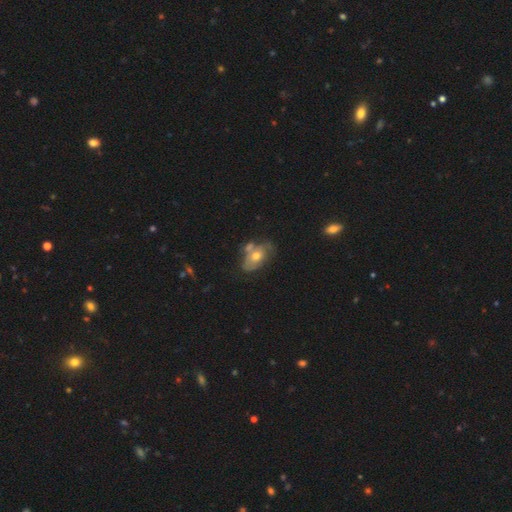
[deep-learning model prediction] Smooth or featured? Predicted: smooth (p=0.46). Merging? Predicted: none (p=0.36).